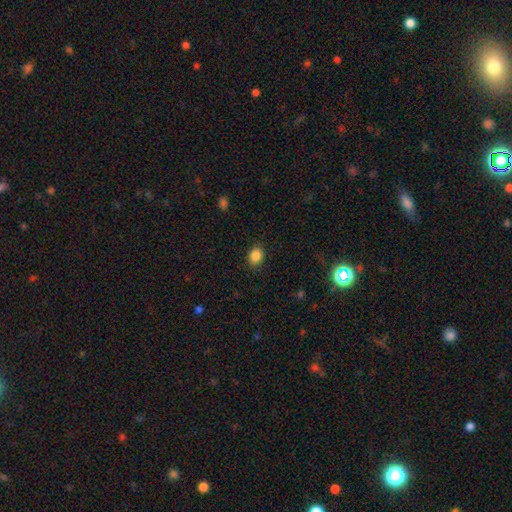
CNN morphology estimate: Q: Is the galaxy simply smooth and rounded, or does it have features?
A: smooth — 85%.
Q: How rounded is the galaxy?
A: in between — 50%.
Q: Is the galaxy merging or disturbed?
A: none — 88%.